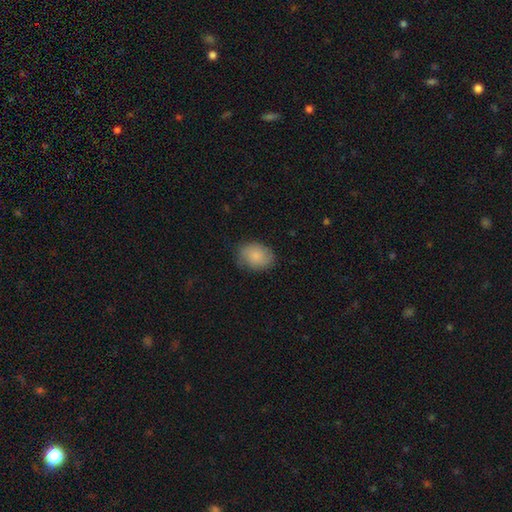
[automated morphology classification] type=smooth (80%); roundness=in between (65%); merging=none (74%).